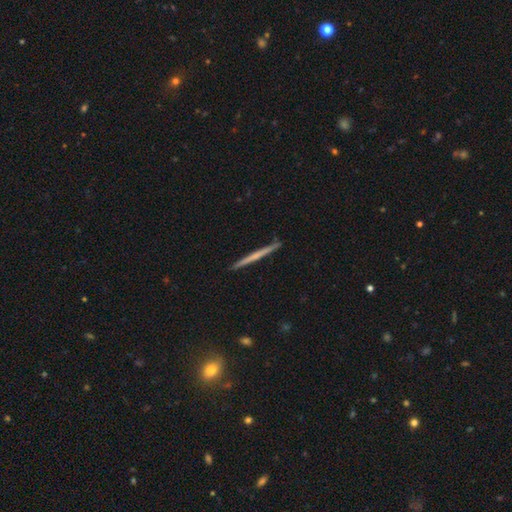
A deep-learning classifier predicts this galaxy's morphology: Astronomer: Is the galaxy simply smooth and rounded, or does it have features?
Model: featured or disk — 56% (runner-up: smooth, 38%).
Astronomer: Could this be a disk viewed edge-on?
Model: yes — 98%.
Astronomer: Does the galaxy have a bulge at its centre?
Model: none — 80%.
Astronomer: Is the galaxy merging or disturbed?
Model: none — 92%.